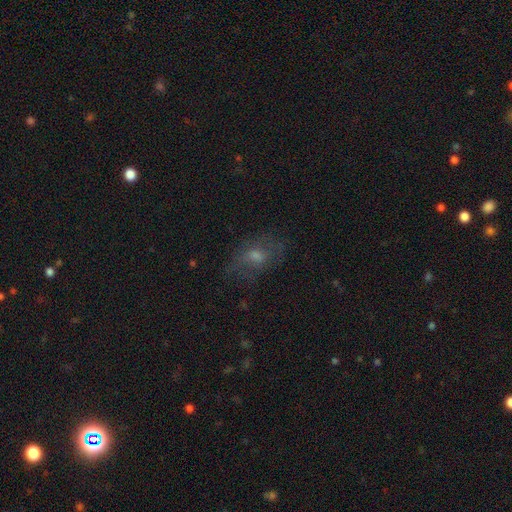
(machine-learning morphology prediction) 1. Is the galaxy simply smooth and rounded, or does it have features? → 45% smooth, 37% featured or disk, 18% star or artifact.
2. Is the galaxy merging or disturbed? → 62% none, 21% minor disturbance, 16% major disturbance, 2% merger.